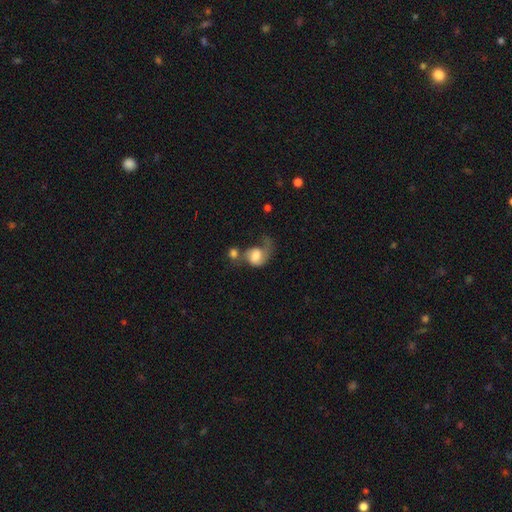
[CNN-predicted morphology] smooth-or-featured: featured or disk: 48% | smooth: 44% | star or artifact: 8%
  merging: merger: 34% | major disturbance: 31% | none: 20% | minor disturbance: 14%